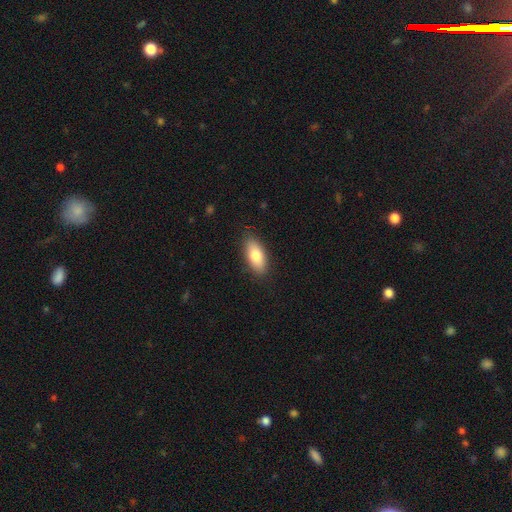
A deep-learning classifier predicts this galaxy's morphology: type=smooth (79%); roundness=in between (83%); merging=none (86%).